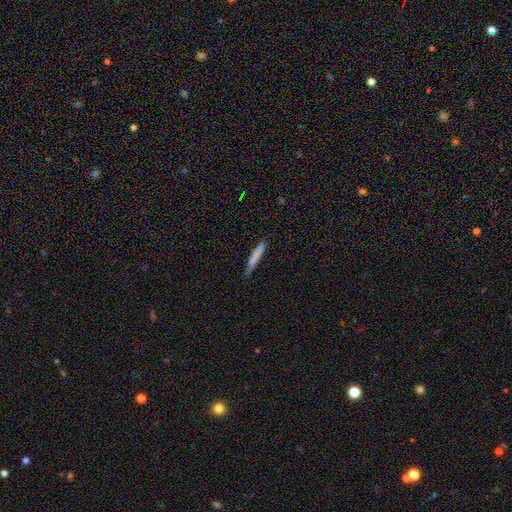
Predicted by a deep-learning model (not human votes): This is likely a smooth galaxy (72%). How rounded: clearly cigar-shaped (95%). Merging: clearly none (81%).